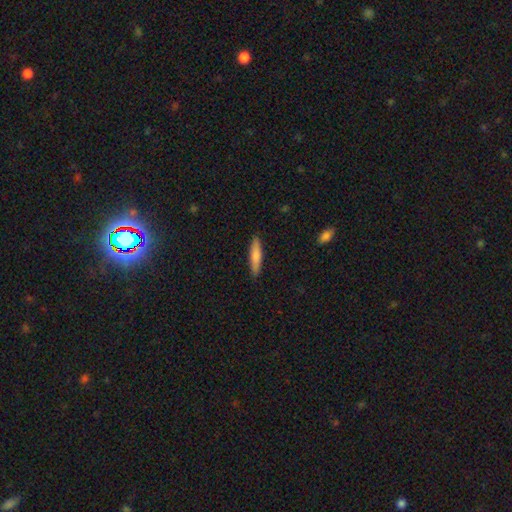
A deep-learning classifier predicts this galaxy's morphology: Overall: smooth (77%). How rounded: cigar-shaped (84%). Merging: none (90%).